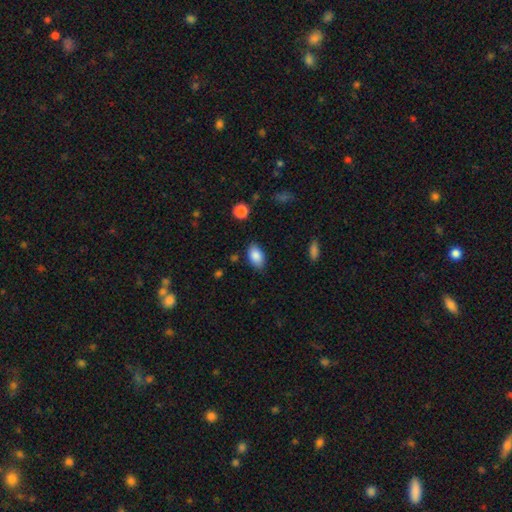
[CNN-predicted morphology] A smooth galaxy with no disk features (87%) that is in between round and cigar-shaped (91%).

Vote fractions:
- Smooth or featured? smooth: 87% / star or artifact: 7% / featured or disk: 6%
- How rounded? in between: 91% / round: 7% / cigar-shaped: 2%
- Merging? none: 83% / minor disturbance: 12% / major disturbance: 3% / merger: 2%